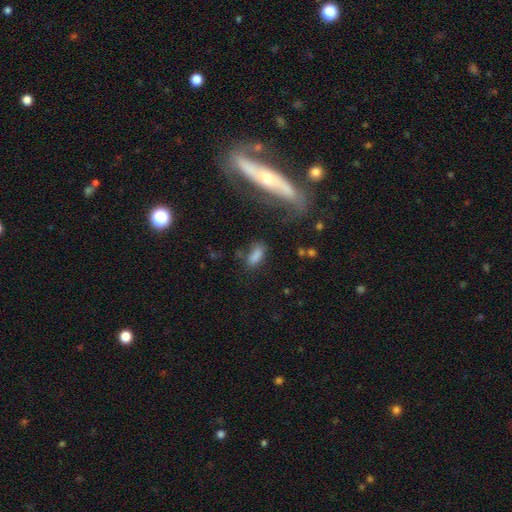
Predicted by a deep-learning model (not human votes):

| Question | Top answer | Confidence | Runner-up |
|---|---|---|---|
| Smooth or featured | smooth | 79% | star or artifact (12%) |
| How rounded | in between | 83% | cigar-shaped (13%) |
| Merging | none | 61% | minor disturbance (20%) |